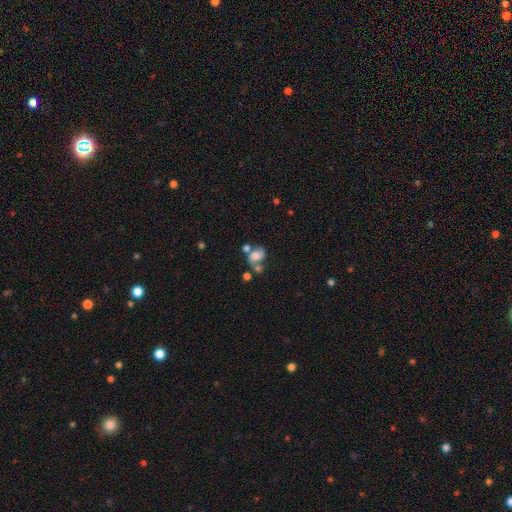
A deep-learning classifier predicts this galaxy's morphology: A smooth galaxy with no disk features (57%) that is in between round and cigar-shaped (62%).

Vote fractions:
- Smooth or featured? smooth: 57% / featured or disk: 31% / star or artifact: 12%
- How rounded? in between: 62% / round: 36% / cigar-shaped: 1%
- Merging? none: 35% / merger: 33% / minor disturbance: 19% / major disturbance: 14%